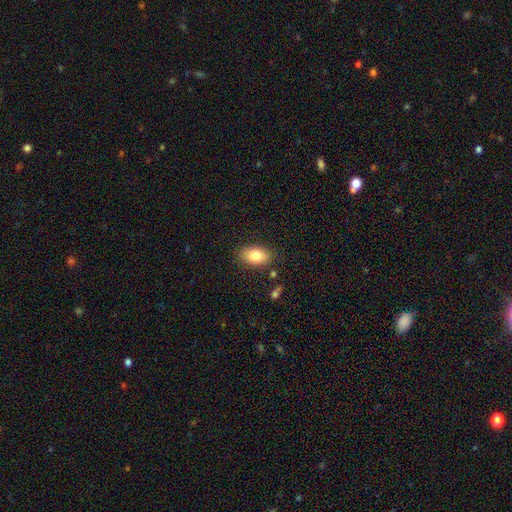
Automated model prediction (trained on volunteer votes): smooth-or-featured: smooth: 81% | featured or disk: 11% | star or artifact: 8%
  how-rounded: in between: 89% | round: 8% | cigar-shaped: 2%
  merging: none: 84% | minor disturbance: 11% | major disturbance: 3% | merger: 2%